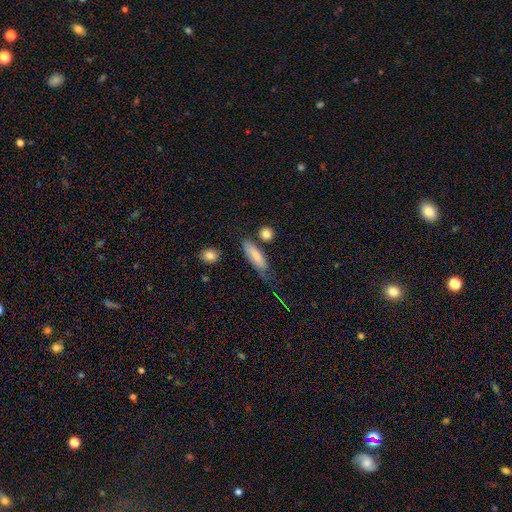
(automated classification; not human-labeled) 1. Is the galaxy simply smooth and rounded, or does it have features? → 74% smooth, 20% featured or disk, 7% star or artifact.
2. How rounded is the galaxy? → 52% in between, 45% cigar-shaped, 3% round.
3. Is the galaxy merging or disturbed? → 49% none, 28% minor disturbance, 14% major disturbance, 8% merger.